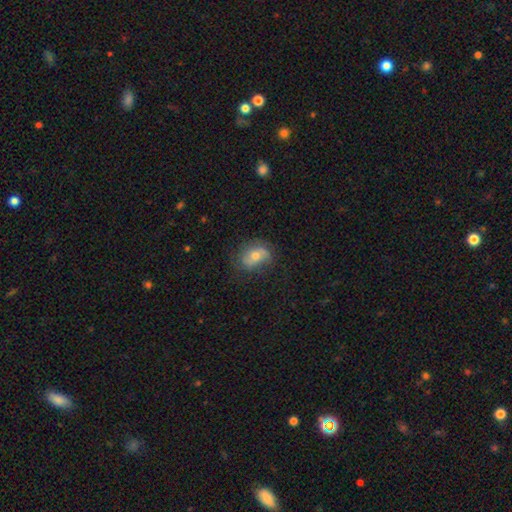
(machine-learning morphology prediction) Smooth or featured?
  - smooth: 47% *
  - featured or disk: 42%
  - star or artifact: 11%
Merging?
  - none: 66% *
  - minor disturbance: 23%
  - major disturbance: 9%
  - merger: 2%